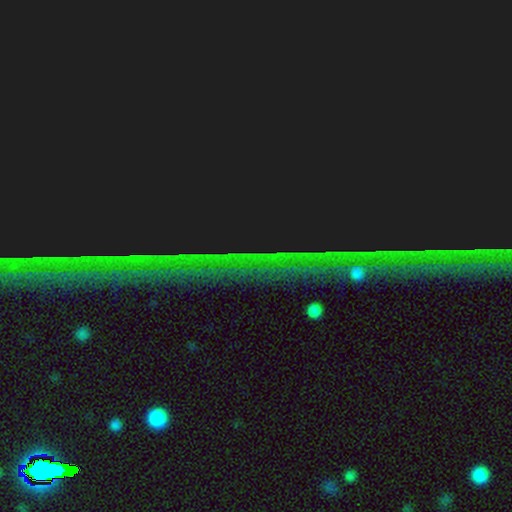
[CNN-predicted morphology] Smooth or featured?
  - star or artifact: 83% *
  - featured or disk: 9%
  - smooth: 8%